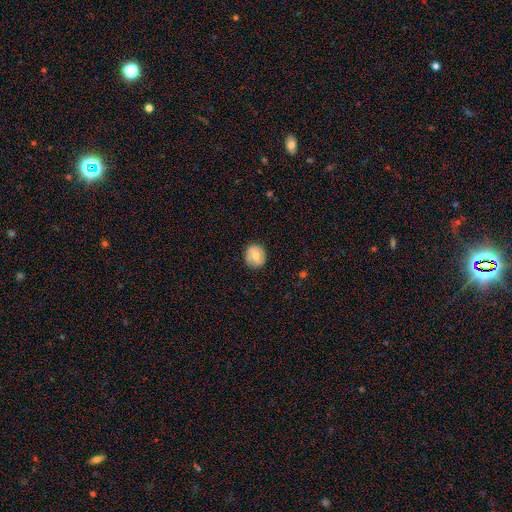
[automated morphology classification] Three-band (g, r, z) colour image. It shows a smooth galaxy with no disk features (50%) that is round (85%). Merging: none (85%).